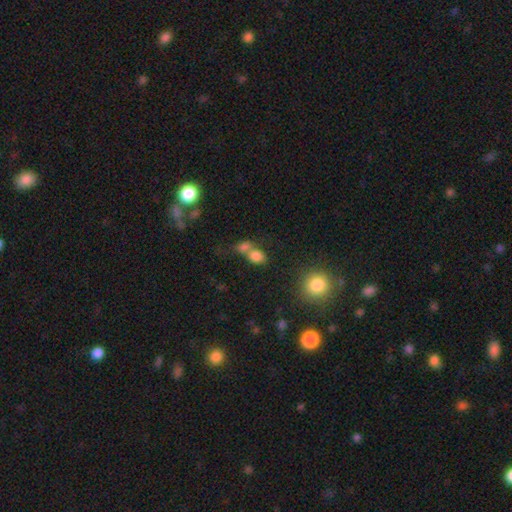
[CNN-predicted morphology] This appears to be a smooth galaxy with no disk features (78%) that is in between round and cigar-shaped (67%). Merging: merger (54%).